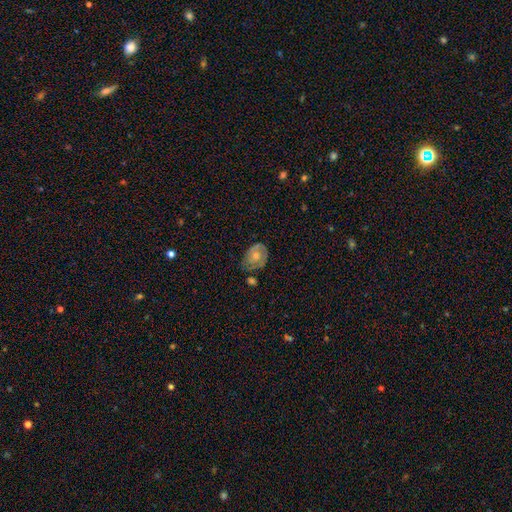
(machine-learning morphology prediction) Smooth or featured? Predicted: featured or disk (p=0.53). Edge-on disk? Predicted: no (p=0.96). Bar? Predicted: no (p=0.81). Spiral arms? Predicted: yes (p=0.60). Bulge size? Predicted: moderate (p=0.62). Merging? Predicted: none (p=0.51).